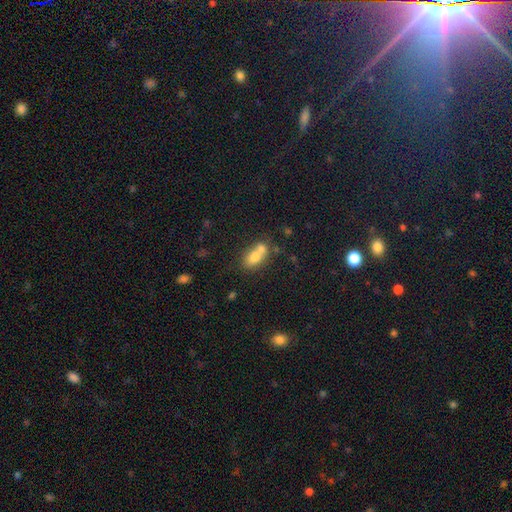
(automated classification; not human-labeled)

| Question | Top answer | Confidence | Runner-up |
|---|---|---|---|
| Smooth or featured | smooth | 73% | featured or disk (17%) |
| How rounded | in between | 80% | round (15%) |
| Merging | merger | 52% | none (32%) |